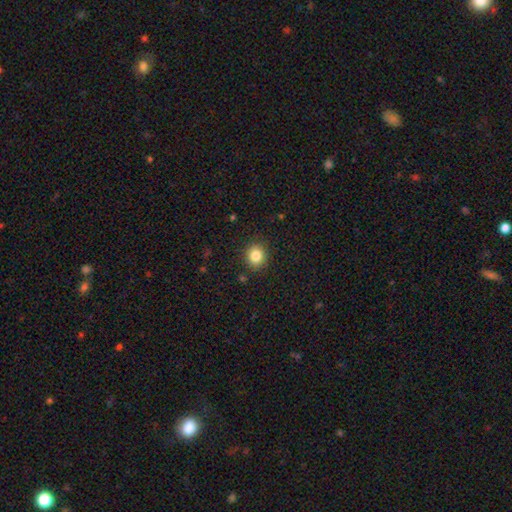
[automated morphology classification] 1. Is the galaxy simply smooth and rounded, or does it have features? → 83% smooth, 11% star or artifact, 6% featured or disk.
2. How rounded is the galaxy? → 83% round, 16% in between, 1% cigar-shaped.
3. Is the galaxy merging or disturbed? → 90% none, 7% minor disturbance, 2% major disturbance, 1% merger.